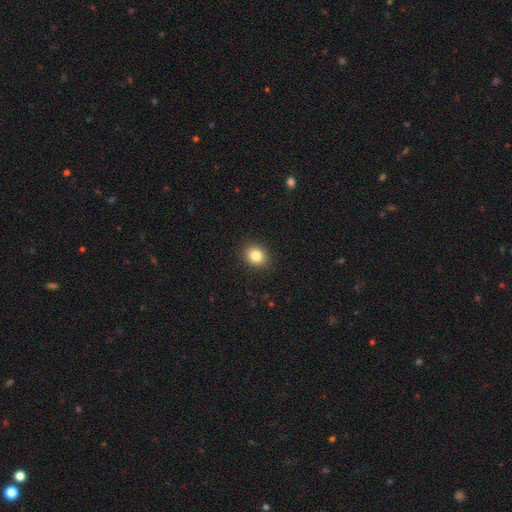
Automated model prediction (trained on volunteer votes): A smooth galaxy with no disk features (83%) that is round (64%). Merging: none (90%).